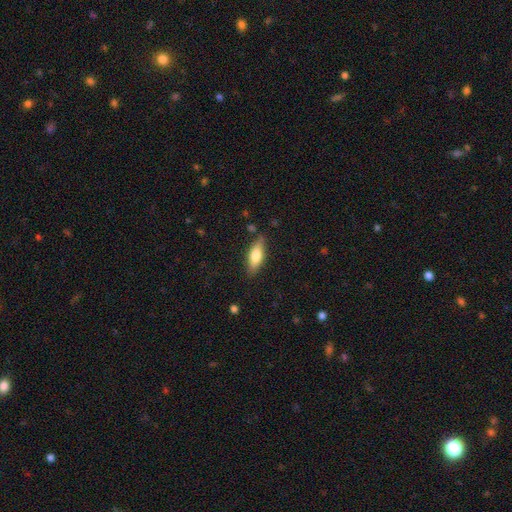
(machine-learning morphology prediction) This appears to be a smooth galaxy with no disk features (70%) that is in between round and cigar-shaped (65%). Merging: none (81%).